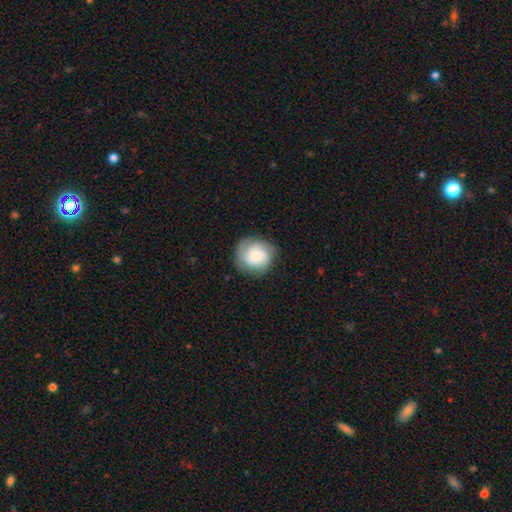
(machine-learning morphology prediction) smooth_or_featured: smooth (p=0.50) [alt: featured or disk p=0.42]
how_rounded: round (p=0.87) [alt: in between p=0.12]
merging: none (p=0.75) [alt: minor disturbance p=0.17]